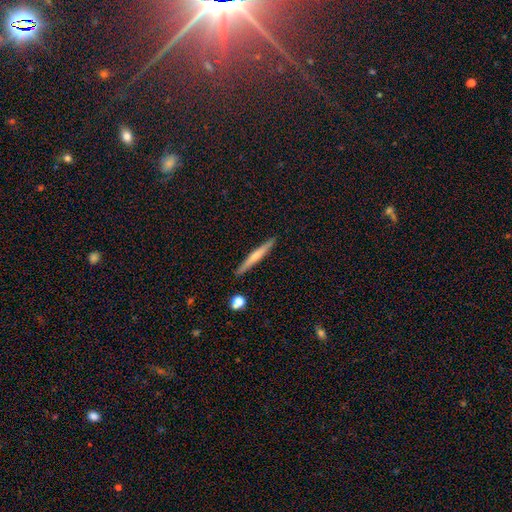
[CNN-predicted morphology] Smooth or featured? Predicted: smooth (p=0.48). Merging? Predicted: none (p=0.90).